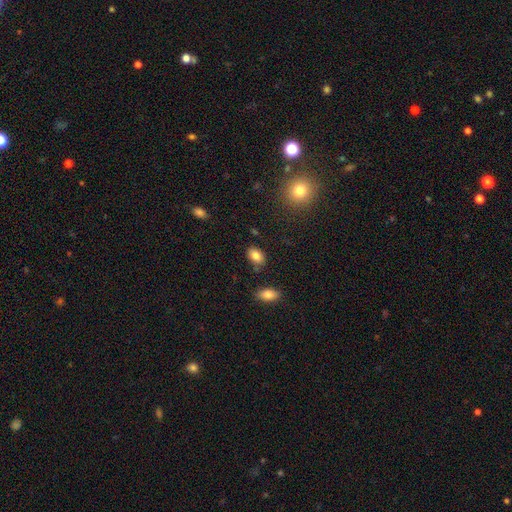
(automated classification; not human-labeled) Smooth or featured?
  - smooth: 84% *
  - star or artifact: 9%
  - featured or disk: 7%
How rounded?
  - in between: 85% *
  - round: 14%
  - cigar-shaped: 1%
Merging?
  - none: 80% *
  - minor disturbance: 13%
  - merger: 5%
  - major disturbance: 3%